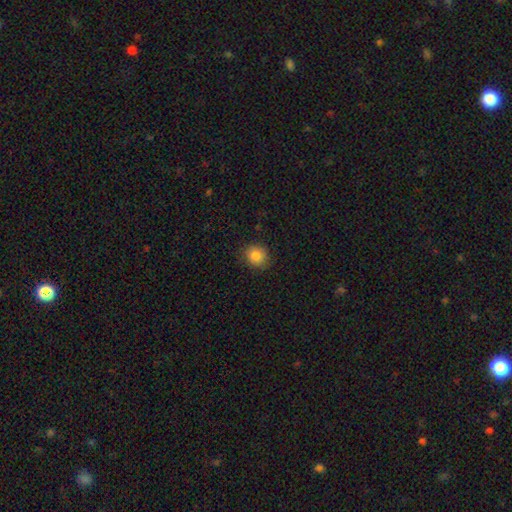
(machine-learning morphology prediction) A smooth galaxy with no disk features (84%) that is round (81%).

Vote fractions:
- Smooth or featured? smooth: 84% / star or artifact: 10% / featured or disk: 6%
- How rounded? round: 81% / in between: 18% / cigar-shaped: 1%
- Merging? none: 87% / minor disturbance: 10% / major disturbance: 2% / merger: 1%